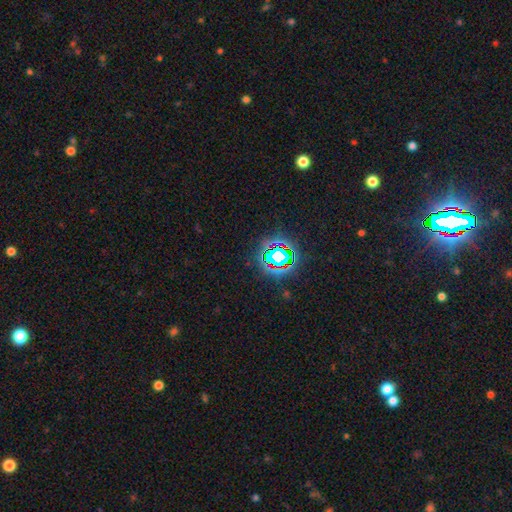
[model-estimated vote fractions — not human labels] Q: Smooth or featured?
A: star or artifact (82%); runner-up: smooth (10%)